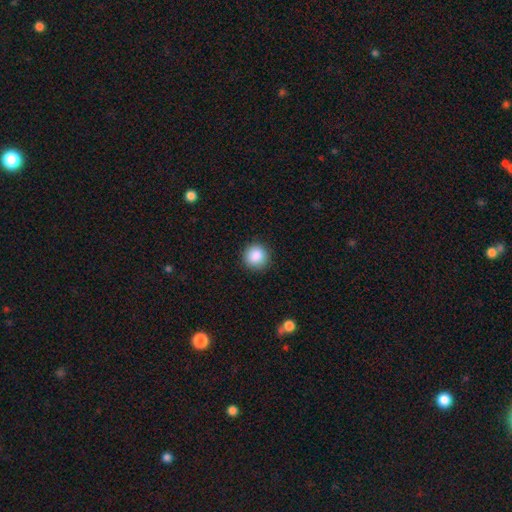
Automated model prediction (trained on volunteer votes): Q: Smooth or featured?
A: smooth (88%); runner-up: star or artifact (8%)
Q: How rounded?
A: round (93%); runner-up: in between (6%)
Q: Merging?
A: none (90%); runner-up: minor disturbance (7%)